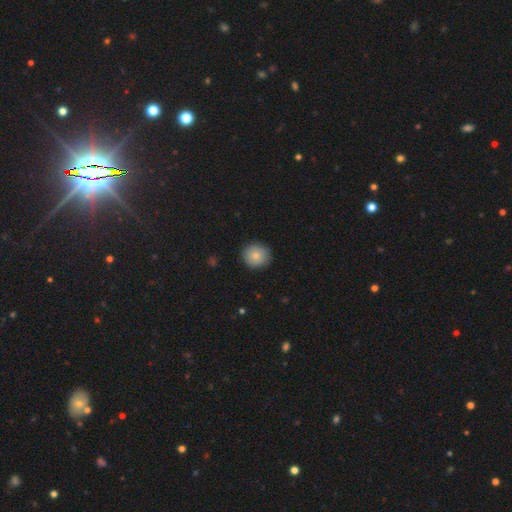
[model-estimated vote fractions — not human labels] Smooth or featured? smooth (83%)
How rounded? round (90%)
Merging? none (89%)